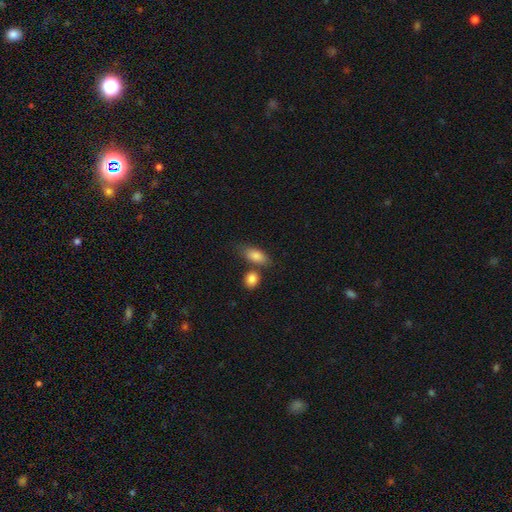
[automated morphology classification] smooth-or-featured: smooth: 84% | featured or disk: 9% | star or artifact: 7%
  how-rounded: in between: 81% | cigar-shaped: 12% | round: 7%
  merging: none: 60% | merger: 21% | minor disturbance: 15% | major disturbance: 4%